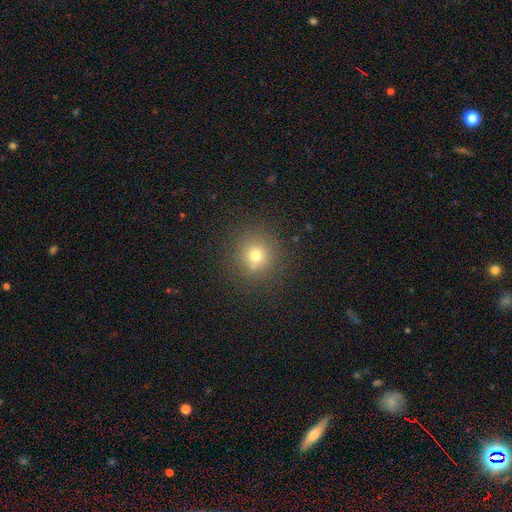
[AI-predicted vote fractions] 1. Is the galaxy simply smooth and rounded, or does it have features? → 71% smooth, 18% star or artifact, 11% featured or disk.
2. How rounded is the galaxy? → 93% round, 6% in between, 1% cigar-shaped.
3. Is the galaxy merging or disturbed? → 80% none, 9% minor disturbance, 8% merger, 3% major disturbance.